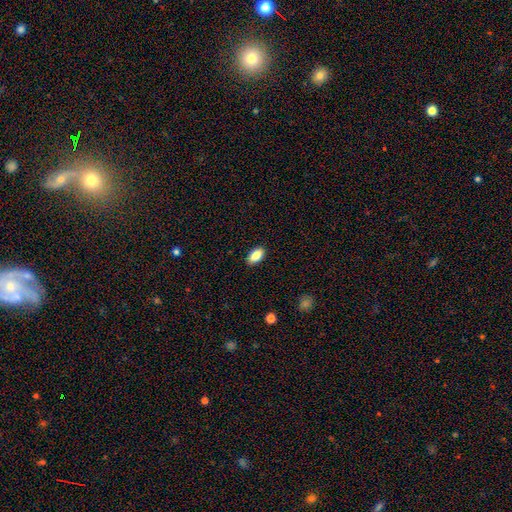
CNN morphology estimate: The model was most divided on "smooth or featured": smooth: 84%, featured or disk: 9%, star or artifact: 7%. More confident: how rounded — in between (92%); merging — none (89%).